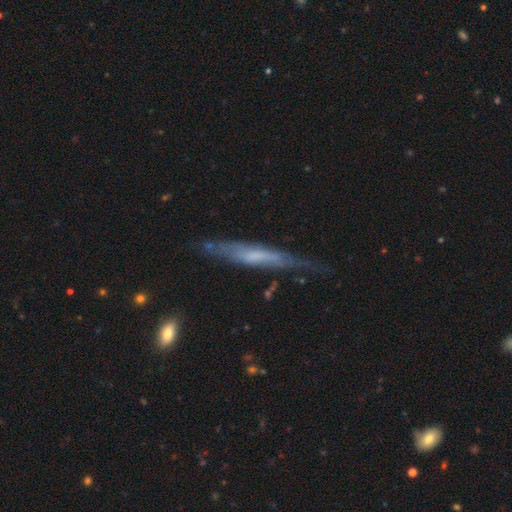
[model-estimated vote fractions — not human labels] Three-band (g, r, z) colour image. It shows a featured or disk galaxy (58%) viewed edge-on (80%). Merging: none (59%).